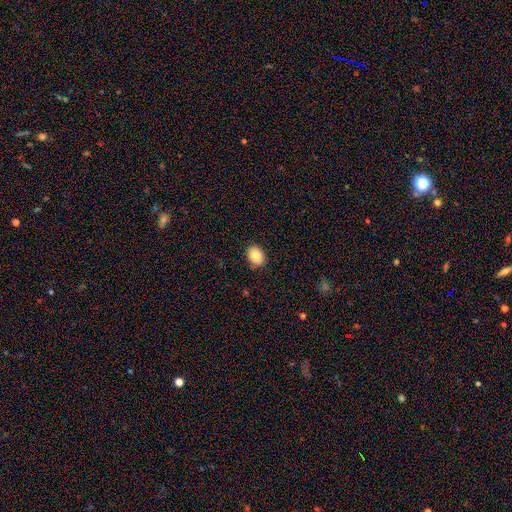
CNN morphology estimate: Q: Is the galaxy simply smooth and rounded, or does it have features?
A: smooth — 86%.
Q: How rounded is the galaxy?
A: in between — 66%.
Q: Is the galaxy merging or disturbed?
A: none — 89%.